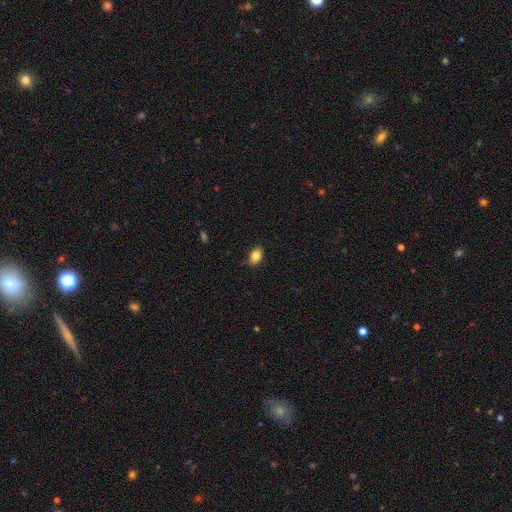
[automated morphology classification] Smooth or featured?
  - smooth: 84% *
  - star or artifact: 9%
  - featured or disk: 8%
How rounded?
  - in between: 83% *
  - round: 16%
  - cigar-shaped: 2%
Merging?
  - none: 82% *
  - minor disturbance: 15%
  - major disturbance: 2%
  - merger: 1%